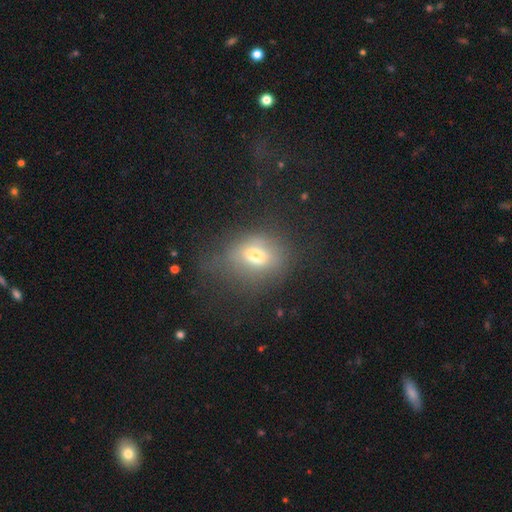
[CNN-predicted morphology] type=smooth (67%); roundness=in between (49%, tied with round); merging=none (48%).